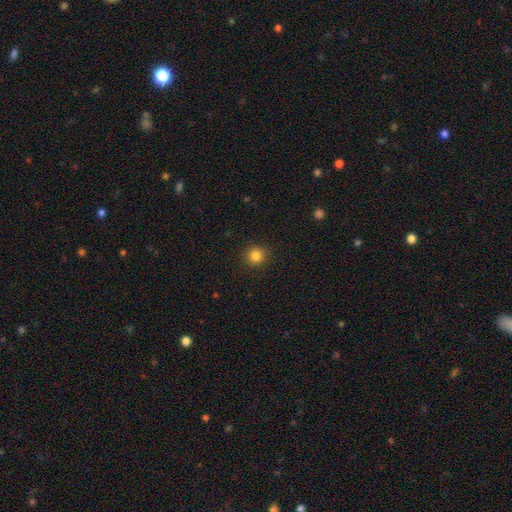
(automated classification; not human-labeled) Smooth or featured?
  - smooth: 83% *
  - star or artifact: 12%
  - featured or disk: 5%
How rounded?
  - round: 92% *
  - in between: 7%
  - cigar-shaped: 1%
Merging?
  - none: 92% *
  - minor disturbance: 6%
  - major disturbance: 2%
  - merger: 1%